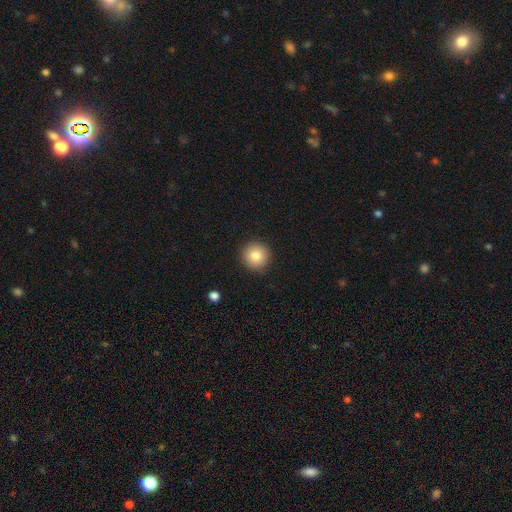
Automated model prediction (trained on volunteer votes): Smooth or featured? Predicted: smooth (p=0.83). How rounded? Predicted: round (p=0.95). Merging? Predicted: none (p=0.90).